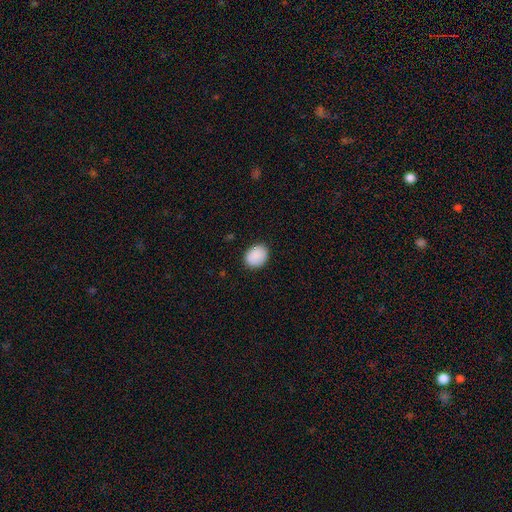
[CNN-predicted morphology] This appears to be a smooth galaxy with no disk features (90%) that is round (50%). Merging: none (87%).